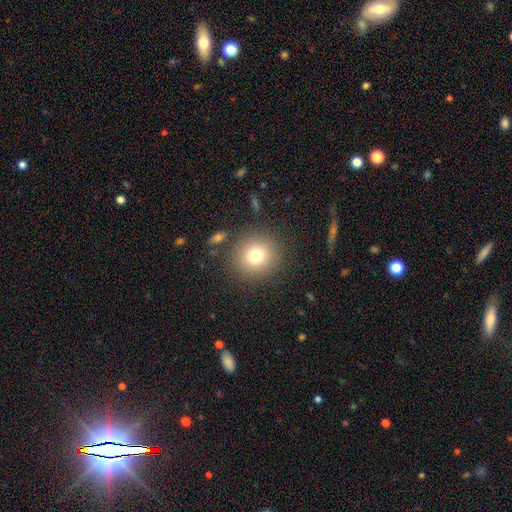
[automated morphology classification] This appears to be a smooth galaxy with no disk features (76%) that is round (91%). Merging: none (86%).